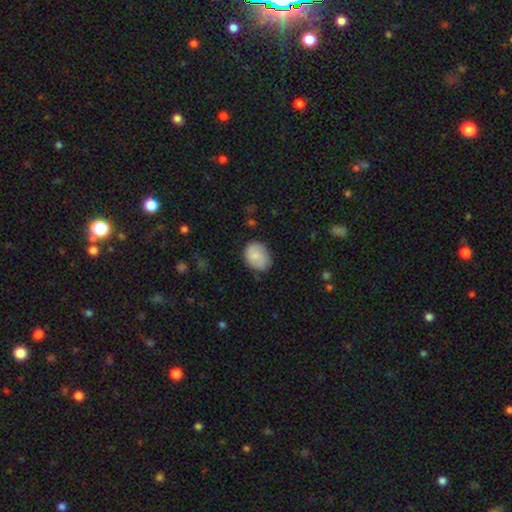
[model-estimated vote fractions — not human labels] Q: Smooth or featured?
A: smooth (75%); runner-up: featured or disk (18%)
Q: How rounded?
A: in between (58%); runner-up: round (41%)
Q: Merging?
A: none (75%); runner-up: minor disturbance (19%)